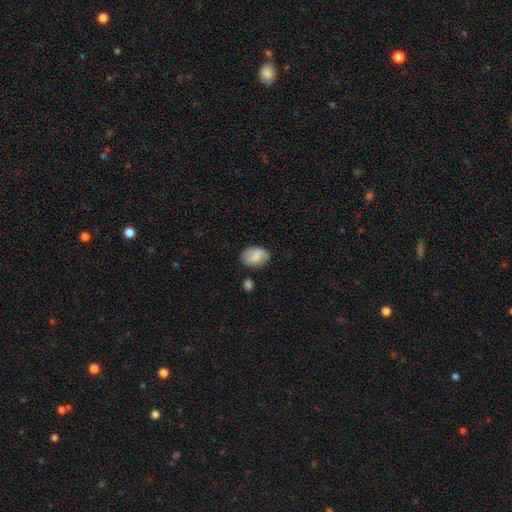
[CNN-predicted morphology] A smooth galaxy with no disk features (76%) that is in between round and cigar-shaped (78%).

Vote fractions:
- Smooth or featured? smooth: 76% / featured or disk: 17% / star or artifact: 7%
- How rounded? in between: 78% / round: 20% / cigar-shaped: 1%
- Merging? none: 73% / minor disturbance: 19% / major disturbance: 4% / merger: 3%